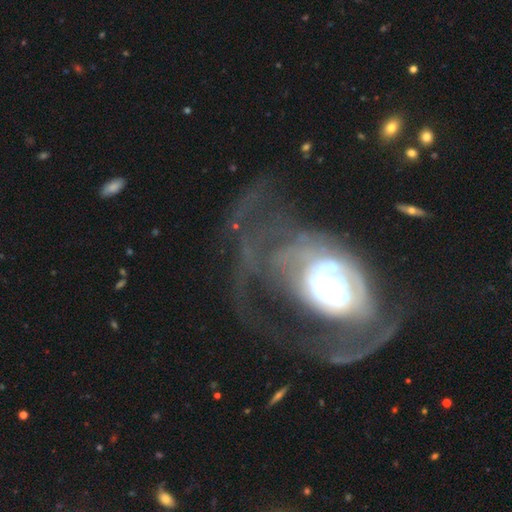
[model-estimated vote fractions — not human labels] Q: Smooth or featured?
A: featured or disk (75%); runner-up: smooth (13%)
Q: Edge-on disk?
A: no (96%); runner-up: yes (4%)
Q: Bar?
A: no (67%); runner-up: weak (22%)
Q: Spiral arms?
A: yes (63%); runner-up: no (37%)
Q: Bulge size?
A: moderate (42%); runner-up: large (34%)
Q: Merging?
A: major disturbance (56%); runner-up: none (26%)